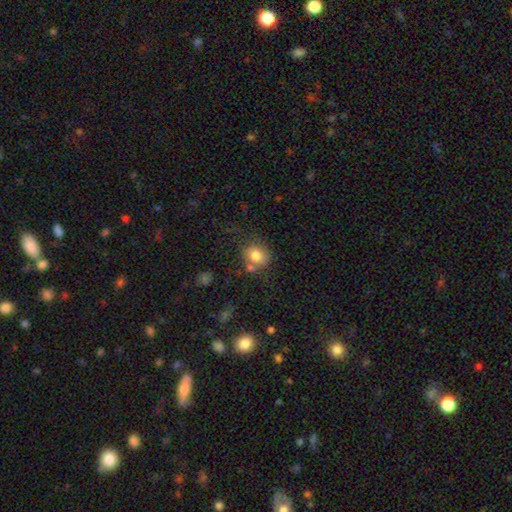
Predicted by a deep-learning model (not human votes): This appears to be a smooth galaxy with no disk features (77%) that is round (69%). Merging: none (56%).